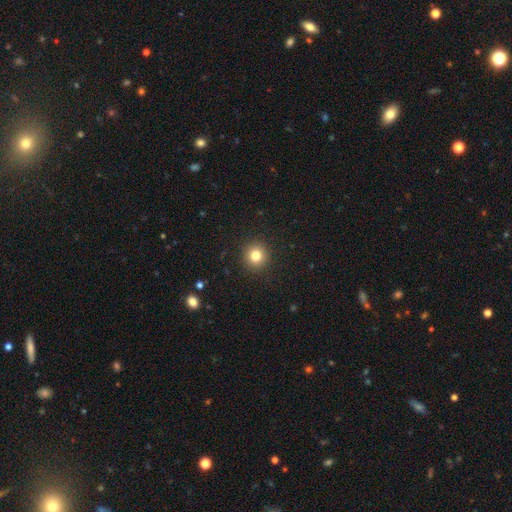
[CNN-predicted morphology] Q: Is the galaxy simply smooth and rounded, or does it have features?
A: smooth — 80%.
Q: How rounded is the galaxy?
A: round — 93%.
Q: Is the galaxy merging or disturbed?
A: none — 92%.